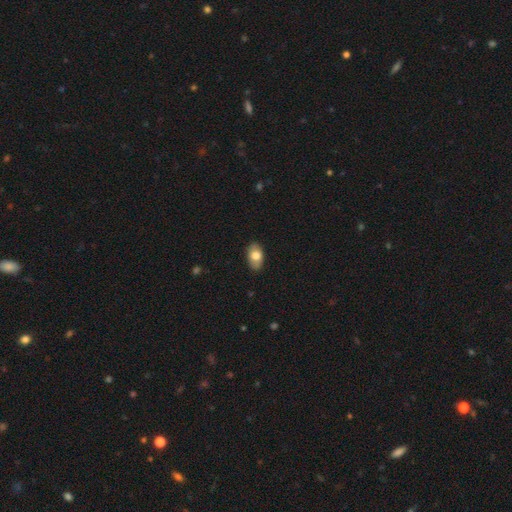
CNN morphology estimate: Smooth or featured? Predicted: smooth (p=0.76). How rounded? Predicted: in between (p=0.92). Merging? Predicted: none (p=0.86).